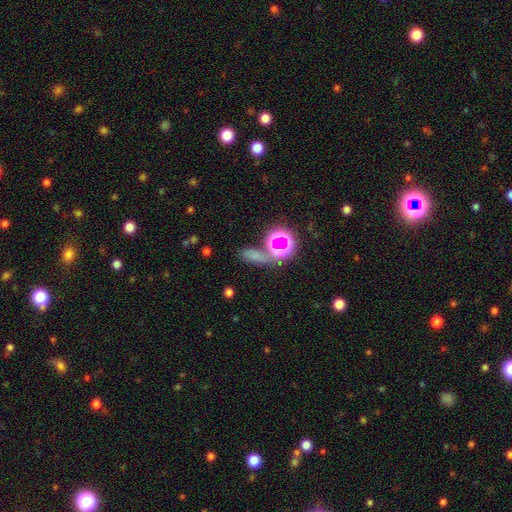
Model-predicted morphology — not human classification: Smooth or featured?
  - smooth: 52% *
  - star or artifact: 37%
  - featured or disk: 11%
How rounded?
  - in between: 57% *
  - round: 22%
  - cigar-shaped: 21%
Merging?
  - none: 57% *
  - merger: 18%
  - minor disturbance: 15%
  - major disturbance: 10%